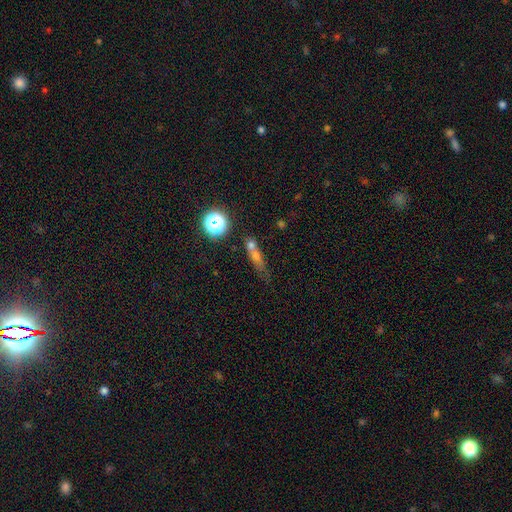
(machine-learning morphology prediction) smooth_or_featured: smooth (p=0.54) [alt: featured or disk p=0.24]
how_rounded: cigar-shaped (p=0.40) [alt: in between p=0.32]
merging: none (p=0.38) [alt: merger p=0.37]